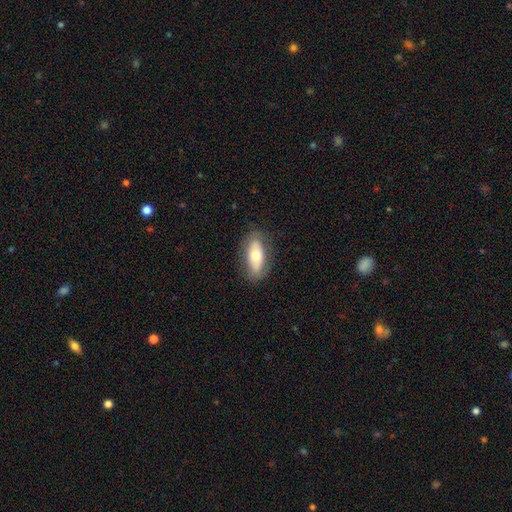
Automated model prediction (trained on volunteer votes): A smooth galaxy with no disk features (64%) that is in between round and cigar-shaped (79%). Merging: none (83%).